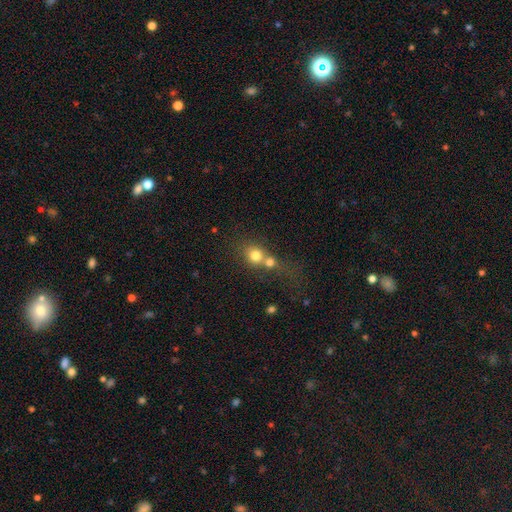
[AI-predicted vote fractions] Morphology: type=smooth (74%); roundness=round (78%); merging=merger (60%).